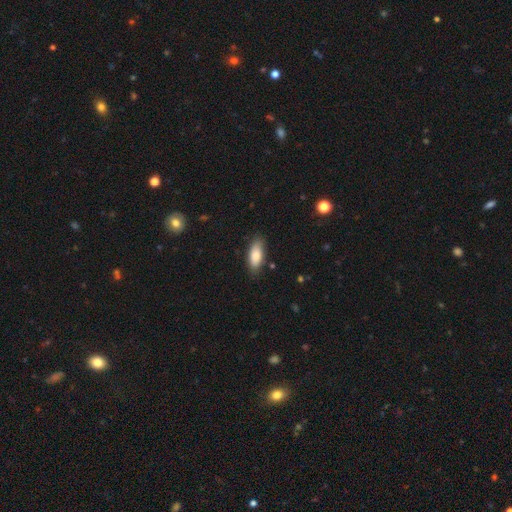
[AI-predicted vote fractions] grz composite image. It shows a smooth galaxy with no disk features (81%) that is in between round and cigar-shaped (82%). Merging: none (82%).